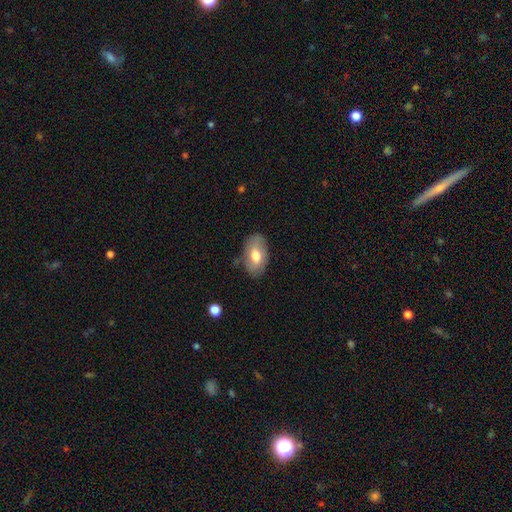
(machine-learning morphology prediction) A smooth galaxy with no disk features (69%) that is in between round and cigar-shaped (91%).

Vote fractions:
- Smooth or featured? smooth: 69% / featured or disk: 24% / star or artifact: 7%
- How rounded? in between: 91% / round: 7% / cigar-shaped: 2%
- Merging? none: 77% / minor disturbance: 17% / major disturbance: 4% / merger: 2%